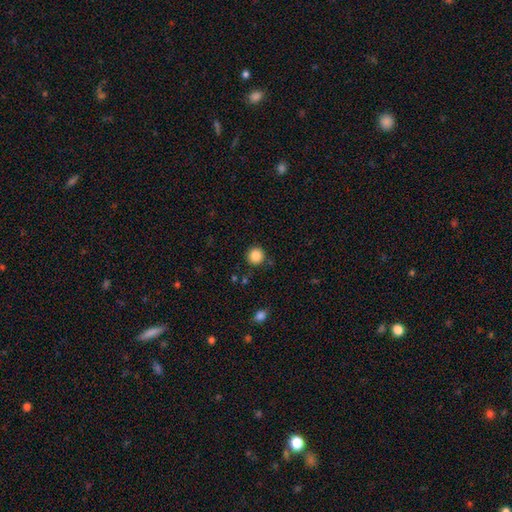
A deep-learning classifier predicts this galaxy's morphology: smooth_or_featured: smooth (p=0.86) [alt: star or artifact p=0.10]
how_rounded: round (p=0.95) [alt: in between p=0.04]
merging: none (p=0.89) [alt: minor disturbance p=0.07]